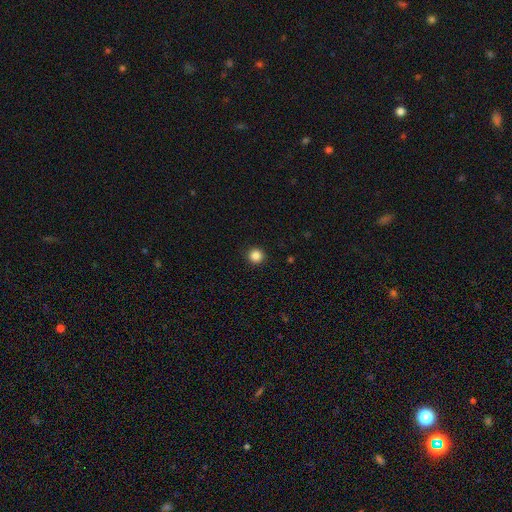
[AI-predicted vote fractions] smooth_or_featured: smooth (p=0.86) [alt: star or artifact p=0.11]
how_rounded: round (p=0.95) [alt: in between p=0.04]
merging: none (p=0.93) [alt: minor disturbance p=0.05]